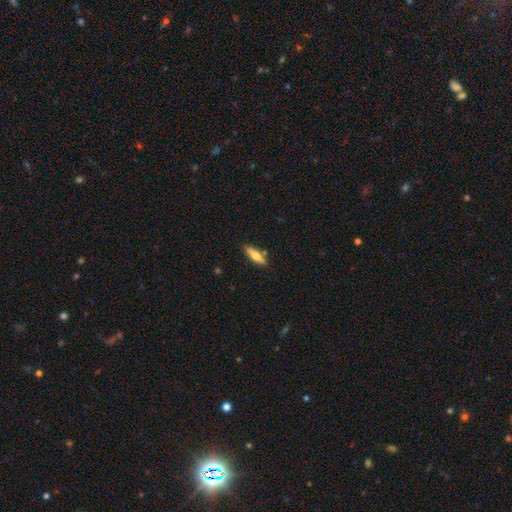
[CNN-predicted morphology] Overall: smooth (60%; featured or disk 34%). How rounded: cigar-shaped (63%; in between 35%). Merging: none (81%).